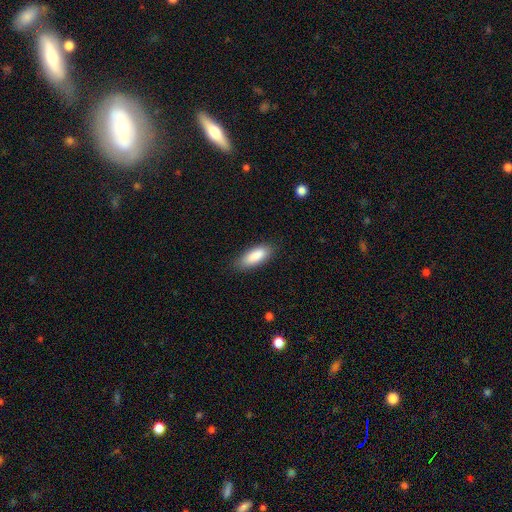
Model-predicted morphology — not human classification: Smooth or featured? smooth (87%)
How rounded? in between (69%)
Merging? none (84%)